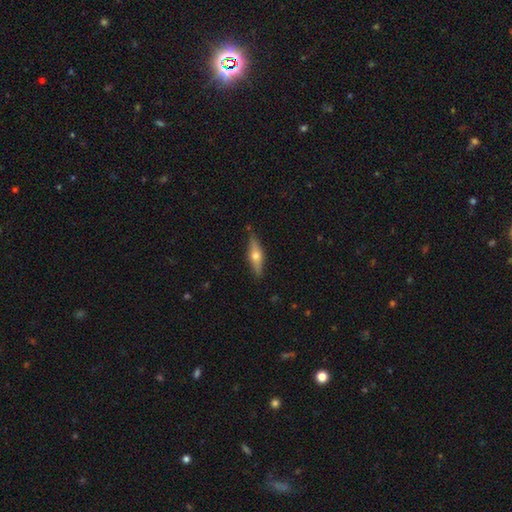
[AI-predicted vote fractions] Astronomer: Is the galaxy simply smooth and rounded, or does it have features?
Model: featured or disk — 51% (runner-up: smooth, 43%).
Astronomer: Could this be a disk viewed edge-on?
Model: yes — 90%.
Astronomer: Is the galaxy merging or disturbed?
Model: none — 85%.